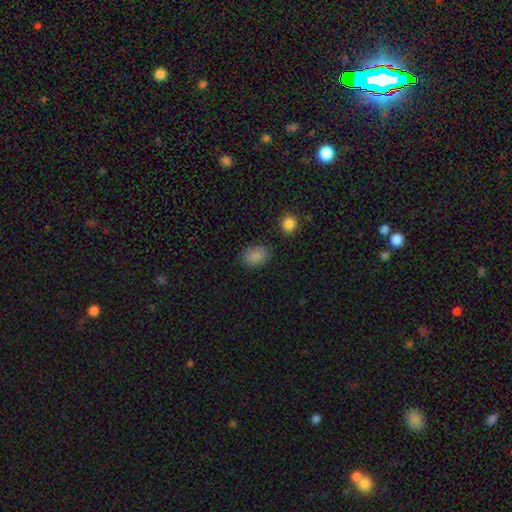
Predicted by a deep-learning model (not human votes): Smooth or featured: smooth — 87% (star or artifact — 9%)
How rounded: in between — 81% (round — 17%)
Merging: none — 83% (minor disturbance — 11%)